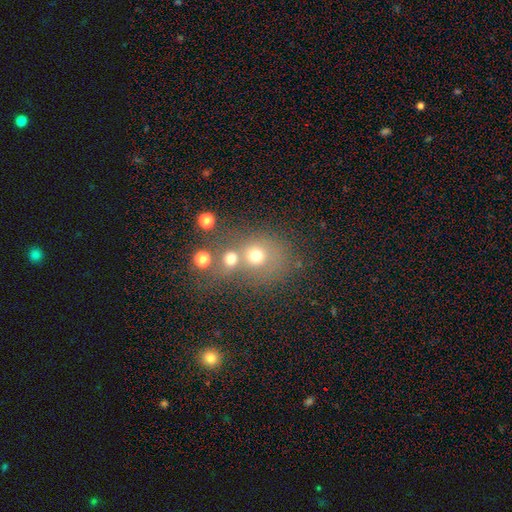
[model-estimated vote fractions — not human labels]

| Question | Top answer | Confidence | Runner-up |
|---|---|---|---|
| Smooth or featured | smooth | 65% | star or artifact (19%) |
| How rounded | round | 79% | in between (20%) |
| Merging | merger | 46% | none (40%) |